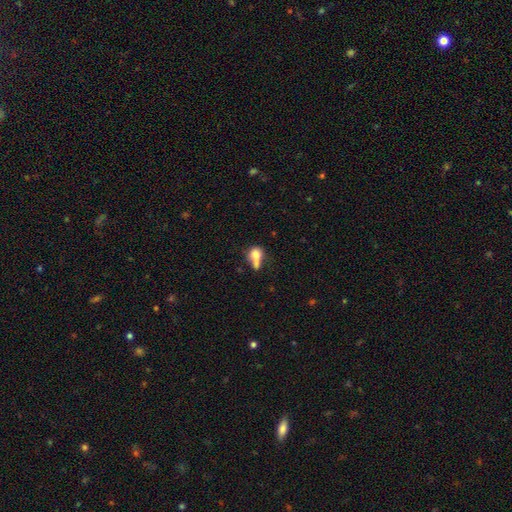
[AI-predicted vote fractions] Q: Smooth or featured?
A: smooth (70%); runner-up: featured or disk (19%)
Q: How rounded?
A: in between (50%); runner-up: round (42%)
Q: Merging?
A: merger (35%); runner-up: none (29%)